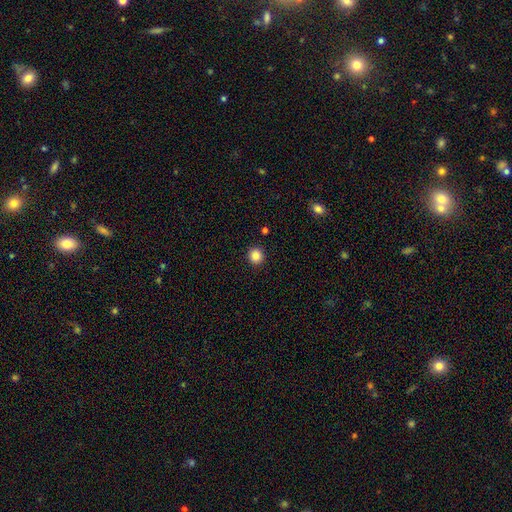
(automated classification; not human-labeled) Smooth or featured: smooth — 86% (star or artifact — 10%)
How rounded: round — 93% (in between — 6%)
Merging: none — 92% (minor disturbance — 5%)